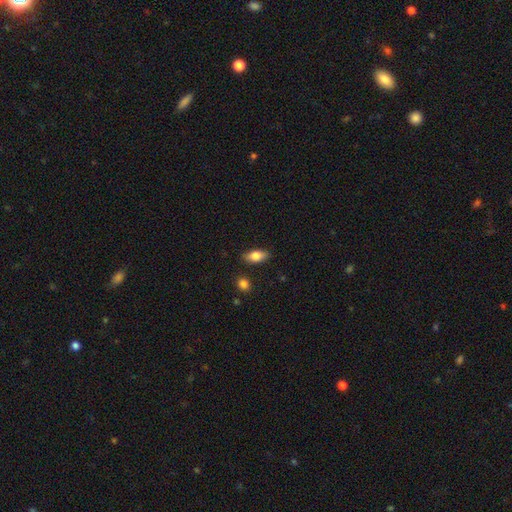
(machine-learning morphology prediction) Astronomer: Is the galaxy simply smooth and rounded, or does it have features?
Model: smooth — 78%.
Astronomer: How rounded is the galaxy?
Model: in between — 85%.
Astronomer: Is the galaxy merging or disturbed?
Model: none — 86%.